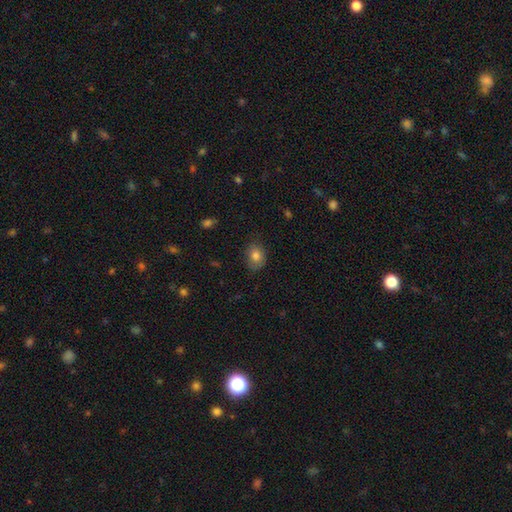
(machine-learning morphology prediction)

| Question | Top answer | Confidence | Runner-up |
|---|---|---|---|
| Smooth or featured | smooth | 82% | featured or disk (9%) |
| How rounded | in between | 61% | round (38%) |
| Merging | none | 74% | minor disturbance (20%) |